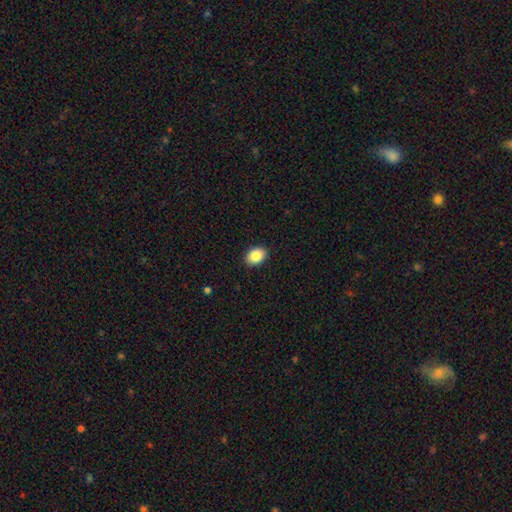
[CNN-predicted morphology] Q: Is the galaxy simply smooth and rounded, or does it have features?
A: smooth — 86%.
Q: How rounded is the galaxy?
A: in between — 72%.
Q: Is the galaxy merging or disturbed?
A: none — 90%.